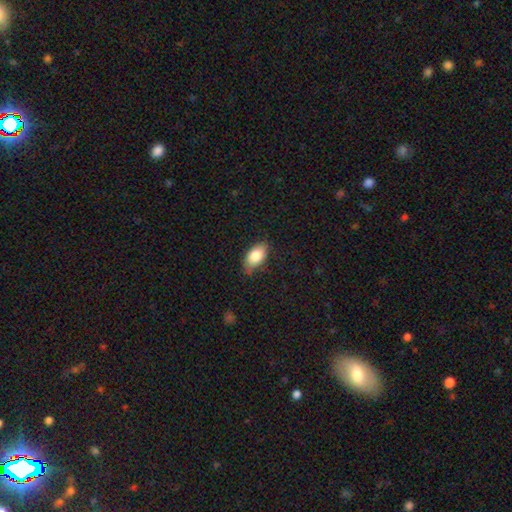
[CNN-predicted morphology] Overall: smooth (82%). How rounded: in between (92%). Merging: none (75%).